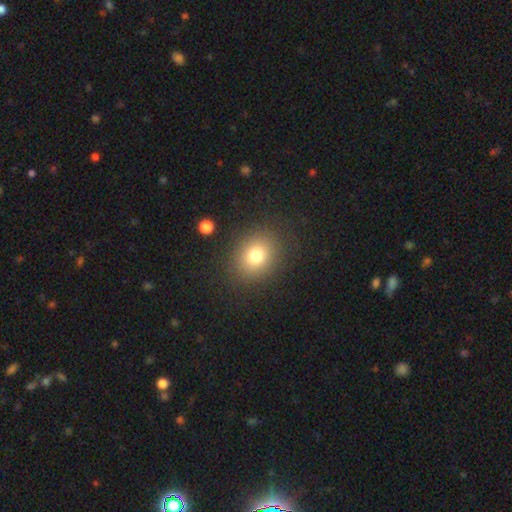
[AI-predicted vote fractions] The model was most divided on "how rounded": round: 66%, in between: 33%, cigar-shaped: 1%. More confident: merging — none (86%); smooth or featured — smooth (76%).